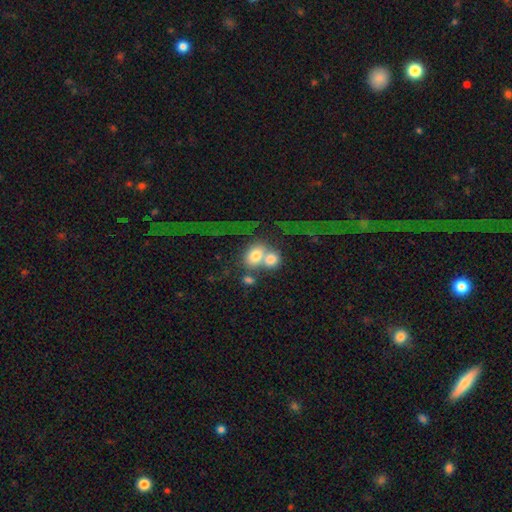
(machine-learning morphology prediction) Smooth or featured: smooth — 69% (featured or disk — 21%)
How rounded: round — 50% (in between — 48%)
Merging: merger — 64% (none — 19%)